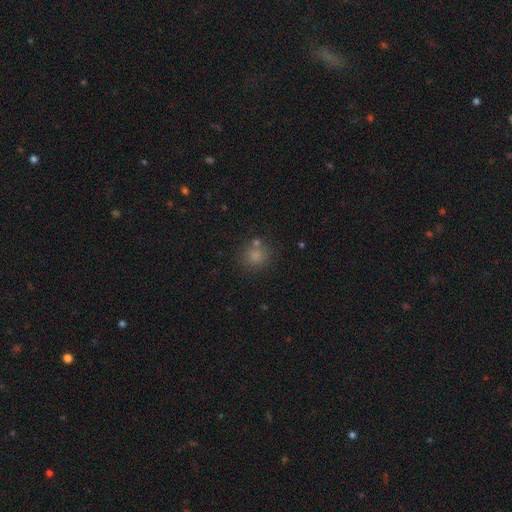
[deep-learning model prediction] Smooth or featured? Predicted: smooth (p=0.78). How rounded? Predicted: round (p=0.88). Merging? Predicted: none (p=0.73).